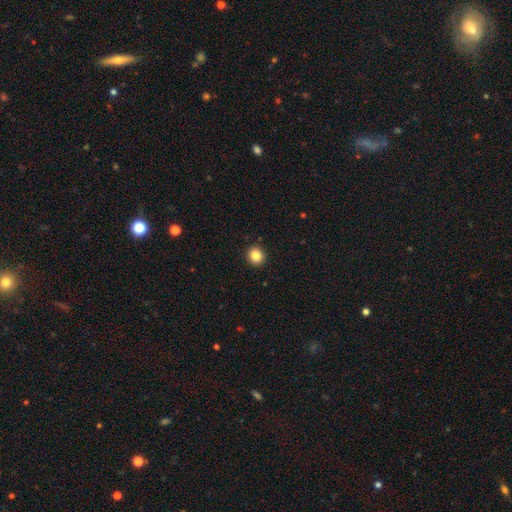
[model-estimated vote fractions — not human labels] A smooth galaxy with no disk features (84%) that is round (91%). Merging: none (93%).